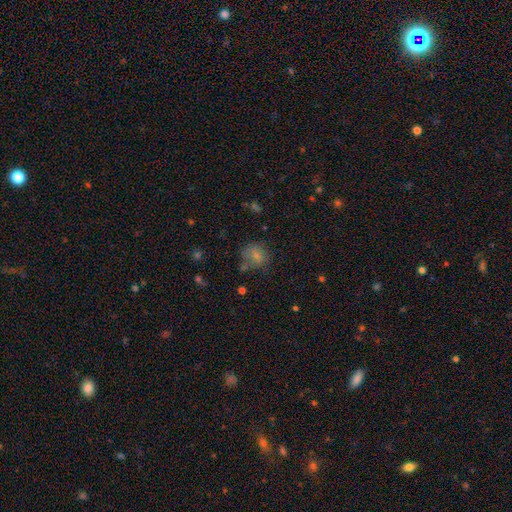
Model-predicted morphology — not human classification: smooth_or_featured: smooth (p=0.75) [alt: featured or disk p=0.13]
how_rounded: round (p=0.70) [alt: in between p=0.29]
merging: none (p=0.59) [alt: minor disturbance p=0.23]